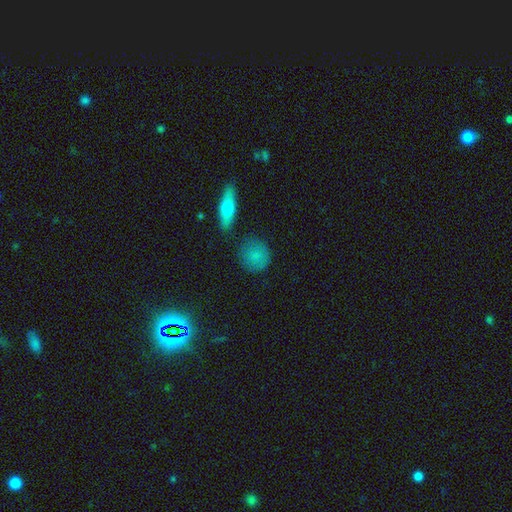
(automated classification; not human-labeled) Smooth or featured?
  - smooth: 82% *
  - featured or disk: 10%
  - star or artifact: 8%
How rounded?
  - round: 87% *
  - in between: 11%
  - cigar-shaped: 2%
Merging?
  - none: 79% *
  - minor disturbance: 13%
  - major disturbance: 4%
  - merger: 4%